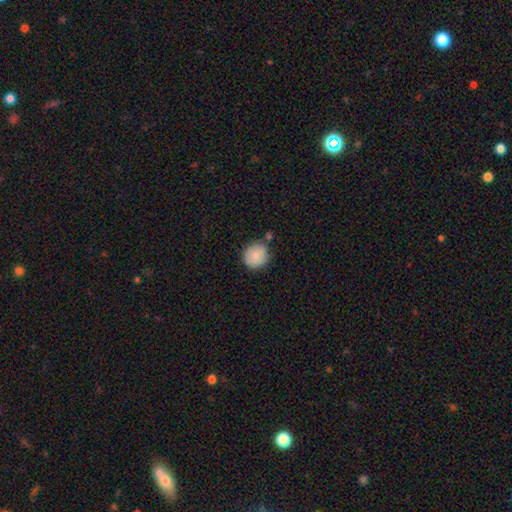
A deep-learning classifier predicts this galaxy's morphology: Smooth or featured? smooth (84%)
How rounded? round (89%)
Merging? none (71%)